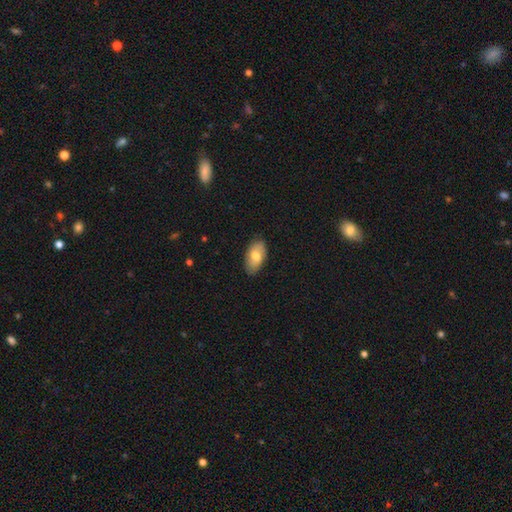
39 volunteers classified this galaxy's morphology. Smooth or featured?
  - smooth: 85% *
  - featured or disk: 13%
  - star or artifact: 3%
How rounded?
  - in between: 91% *
  - round: 6%
  - cigar-shaped: 3%
Merging?
  - none: 84% *
  - minor disturbance: 13%
  - major disturbance: 3%
  - merger: 0%